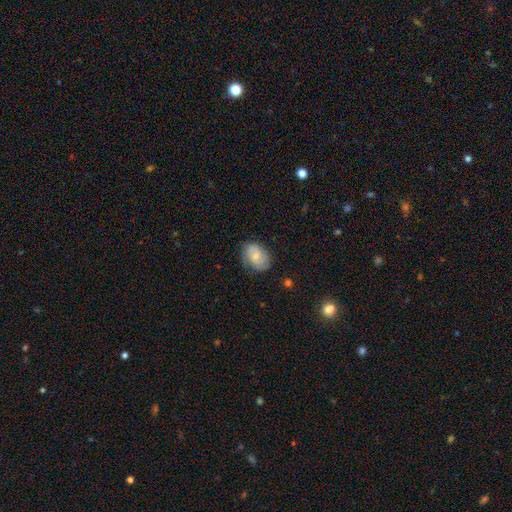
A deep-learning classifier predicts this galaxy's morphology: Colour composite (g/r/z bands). It shows a smooth galaxy with no disk features (52%) that is in between round and cigar-shaped (72%). Merging: none (73%).